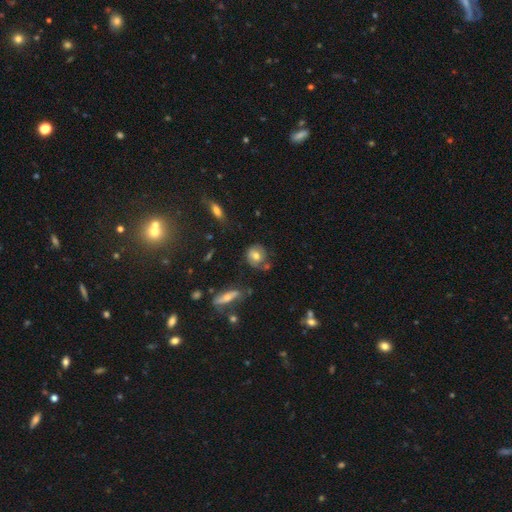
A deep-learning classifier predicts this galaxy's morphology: The model was most divided on "smooth or featured": smooth: 53%, featured or disk: 37%, star or artifact: 10%. More confident: how rounded — round (70%); merging — none (62%).